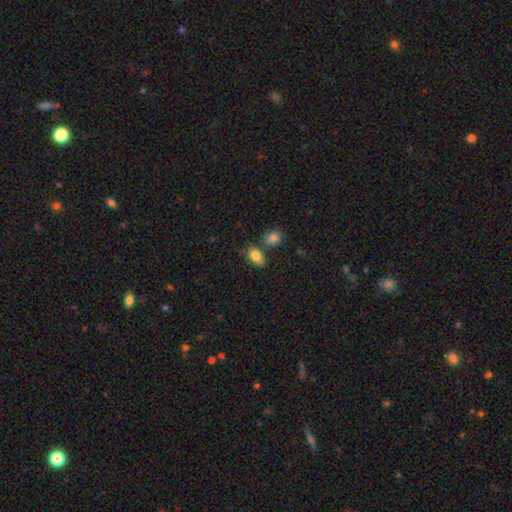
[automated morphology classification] type=smooth (83%); roundness=in between (84%); merging=none (59%).